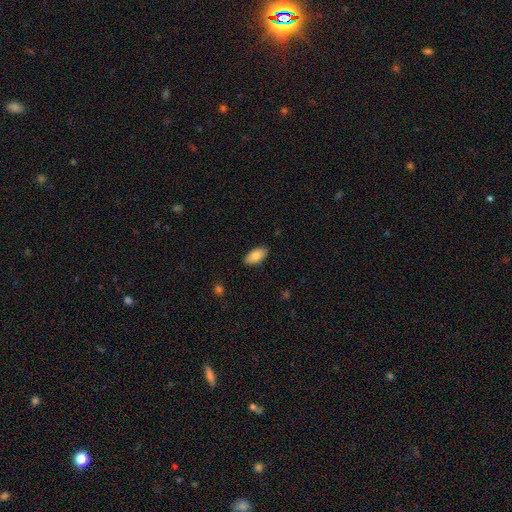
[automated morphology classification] Smooth or featured? smooth (84%)
How rounded? in between (93%)
Merging? none (87%)